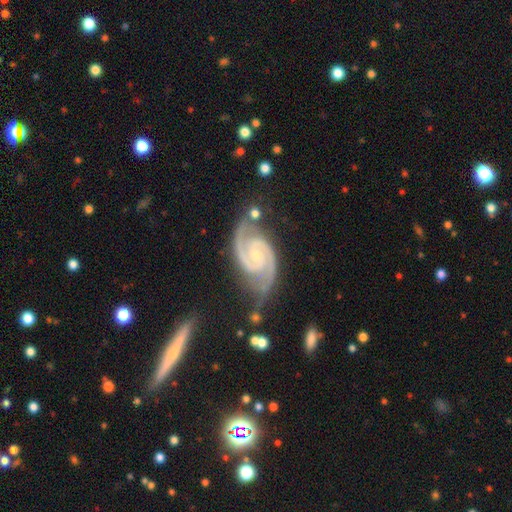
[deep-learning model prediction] smooth-or-featured: featured or disk: 94% | star or artifact: 4% | smooth: 2%
  disk-edge-on: no: 98% | yes: 2%
    bar: no: 56% | weak: 32% | strong: 12%
    has-spiral-arms: yes: 99% | no: 1%
      spiral-winding: tight: 49% | medium: 45% | loose: 6%
      spiral-arm-count: 2: 92% | 3: 3% | can't tell: 2% | 1: 1% | 4: 1% | more than 4: 1%
    bulge-size: small: 69% | moderate: 27% | none: 2% | large: 1% | dominant: 1%
  merging: none: 65% | minor disturbance: 23% | major disturbance: 7% | merger: 5%